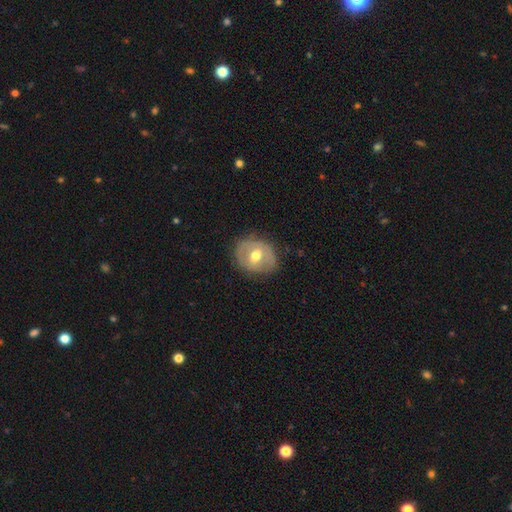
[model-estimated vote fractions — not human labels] Overall: featured or disk (48%; smooth 45%). Merging: none (74%).